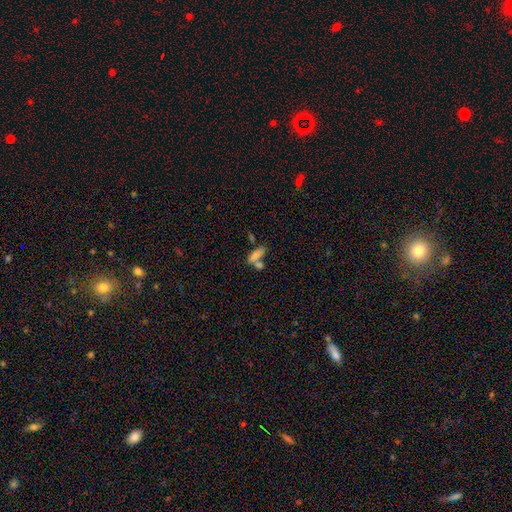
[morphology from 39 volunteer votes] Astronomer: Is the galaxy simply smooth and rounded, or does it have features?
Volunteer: smooth — 79%.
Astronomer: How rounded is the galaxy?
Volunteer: in between — 58% (runner-up: cigar-shaped, 39%).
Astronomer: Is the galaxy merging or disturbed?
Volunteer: none — 53% (runner-up: merger, 31%).